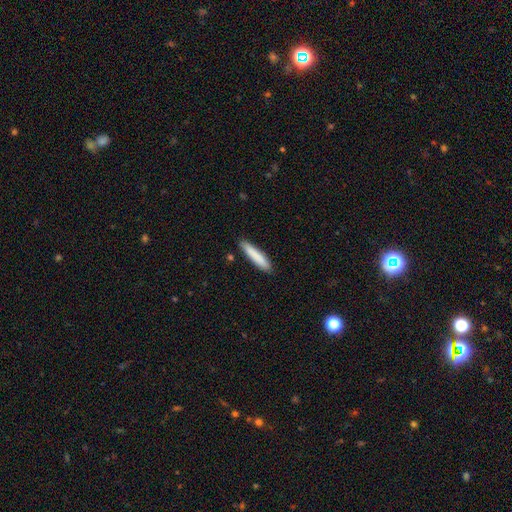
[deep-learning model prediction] smooth 85%, featured or disk 10%, star or artifact 6%. Down the decision tree: how rounded — cigar-shaped (87%); merging — none (87%).